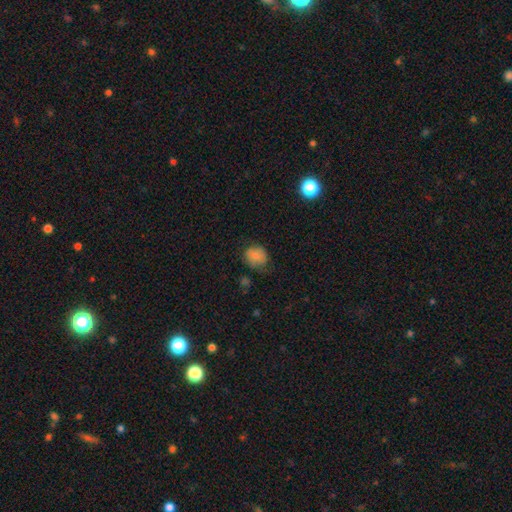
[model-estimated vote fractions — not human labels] Overall: smooth (80%). How rounded: round (70%). Merging: none (63%; minor disturbance 27%).